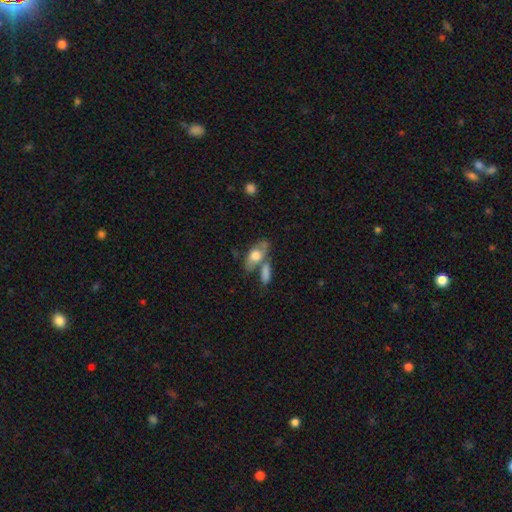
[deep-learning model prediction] Smooth or featured? Predicted: smooth (p=0.56). How rounded? Predicted: in between (p=0.80). Merging? Predicted: none (p=0.43).